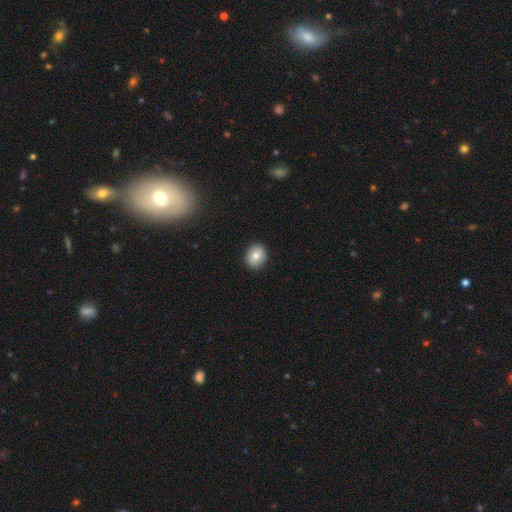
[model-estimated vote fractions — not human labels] smooth-or-featured: smooth: 79% | featured or disk: 12% | star or artifact: 9%
  how-rounded: round: 66% | in between: 33% | cigar-shaped: 1%
  merging: none: 91% | minor disturbance: 7% | major disturbance: 2% | merger: 1%